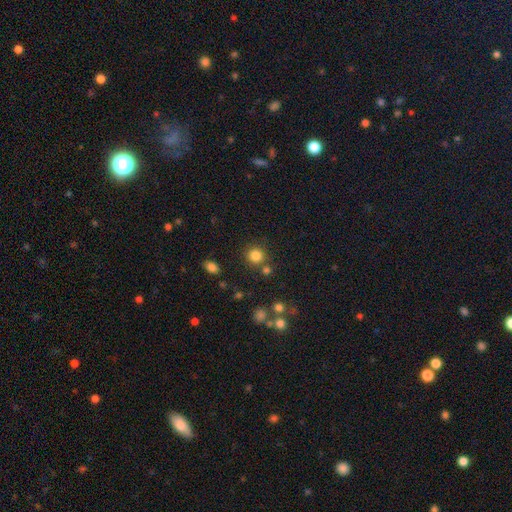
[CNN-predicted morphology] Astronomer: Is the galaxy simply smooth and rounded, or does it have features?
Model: smooth — 82%.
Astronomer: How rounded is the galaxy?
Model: round — 90%.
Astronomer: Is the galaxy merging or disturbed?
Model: none — 79%.